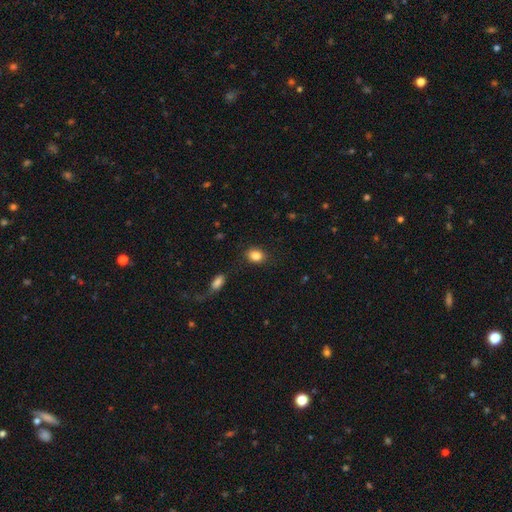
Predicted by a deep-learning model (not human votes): Smooth or featured? Predicted: smooth (p=0.85). How rounded? Predicted: in between (p=0.54). Merging? Predicted: none (p=0.84).